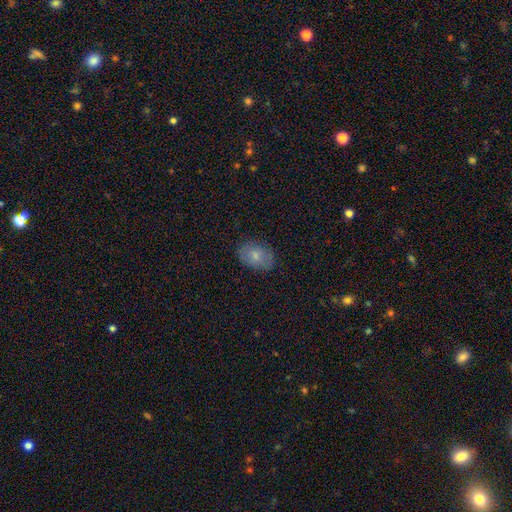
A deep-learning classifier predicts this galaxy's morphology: Overall: smooth (74%). How rounded: in between (82%). Merging: none (80%).